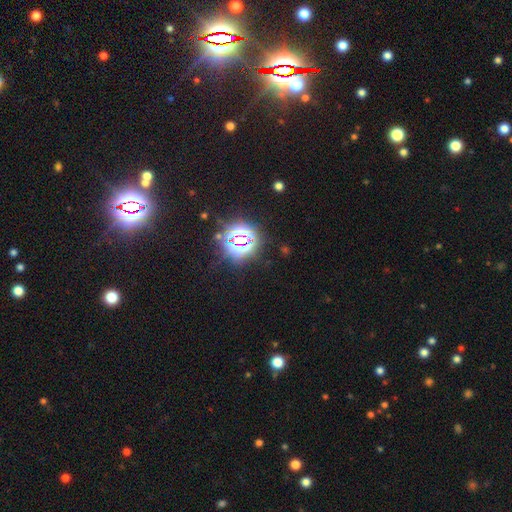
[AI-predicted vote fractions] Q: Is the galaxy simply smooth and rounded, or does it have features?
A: star or artifact — 81%.